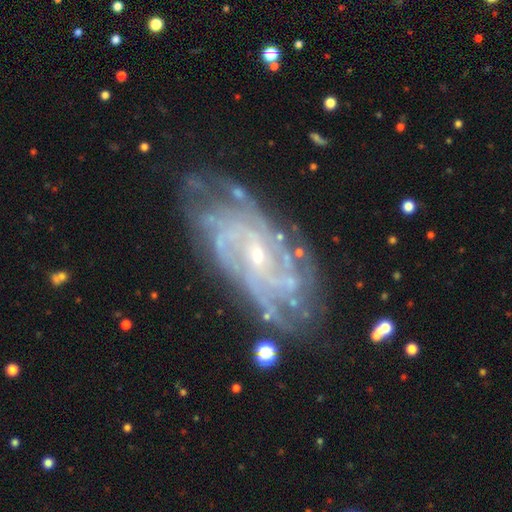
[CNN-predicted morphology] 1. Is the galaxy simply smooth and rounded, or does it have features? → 87% featured or disk, 6% smooth, 6% star or artifact.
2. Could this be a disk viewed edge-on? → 94% no, 6% yes.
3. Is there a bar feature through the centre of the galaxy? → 57% no, 34% weak, 9% strong.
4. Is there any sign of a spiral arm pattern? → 95% yes, 5% no.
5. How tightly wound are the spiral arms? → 65% tight, 28% medium, 7% loose.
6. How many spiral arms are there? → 38% can't tell, 18% 4, 14% 2, 13% 3, 11% more than 4, 7% 1.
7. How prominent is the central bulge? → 78% small, 17% moderate, 3% none, 1% large, 1% dominant.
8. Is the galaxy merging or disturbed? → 73% none, 18% minor disturbance, 7% major disturbance, 2% merger.